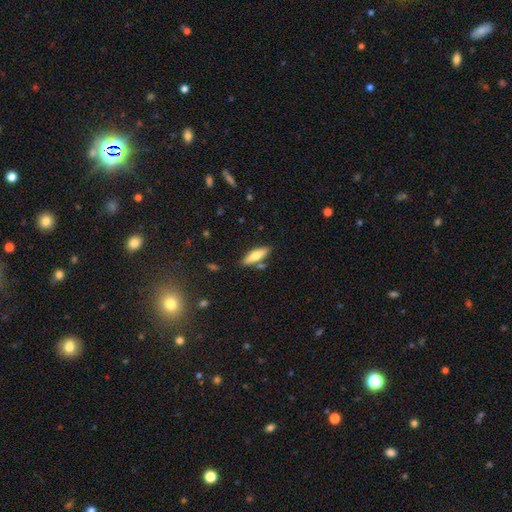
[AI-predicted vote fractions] This appears to be a smooth galaxy with no disk features (67%) that is cigar-shaped (53%). Merging: none (79%).